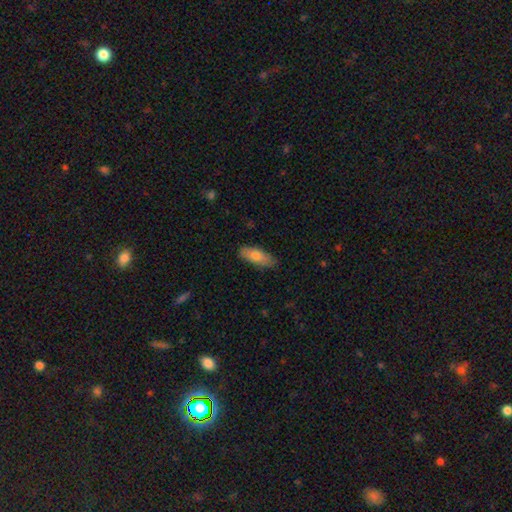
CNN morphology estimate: Smooth or featured: smooth — 78% (featured or disk — 16%)
How rounded: in between — 75% (cigar-shaped — 23%)
Merging: none — 78% (minor disturbance — 18%)